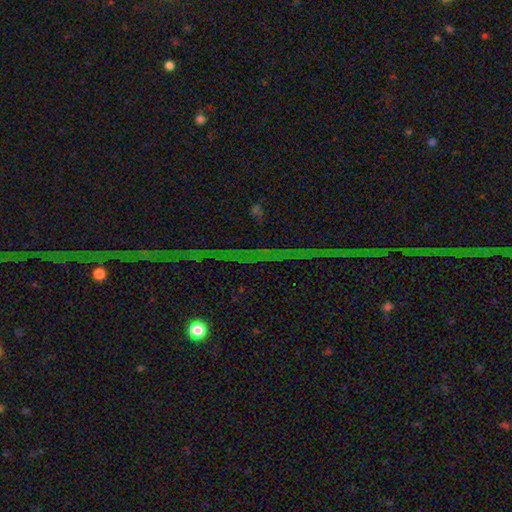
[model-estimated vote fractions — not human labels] Morphology: type=star or artifact (82%).